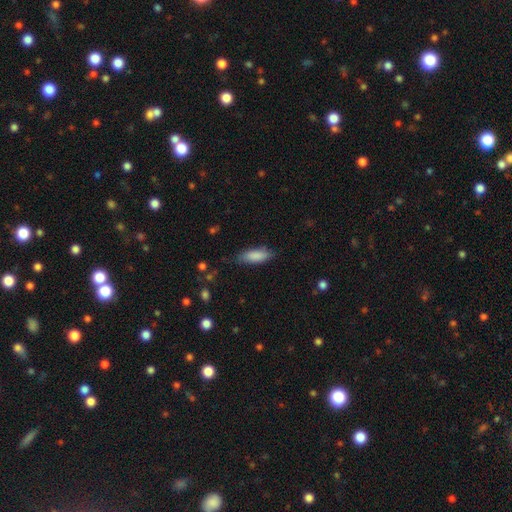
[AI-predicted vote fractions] A smooth galaxy with no disk features (86%) that is in between round and cigar-shaped (68%). Merging: none (77%).